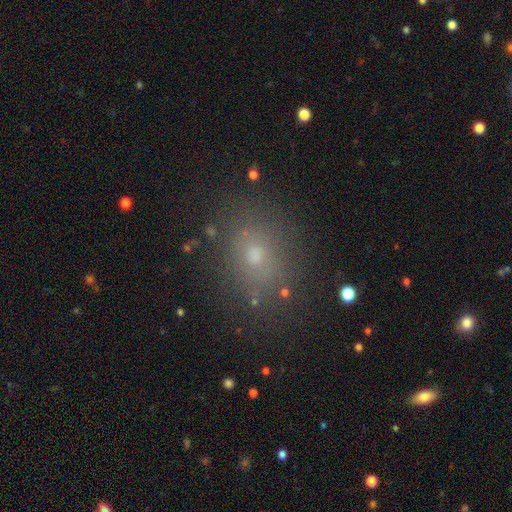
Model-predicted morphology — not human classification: Q: Smooth or featured?
A: smooth (68%); runner-up: star or artifact (20%)
Q: How rounded?
A: round (51%); runner-up: in between (48%)
Q: Merging?
A: none (82%); runner-up: minor disturbance (12%)